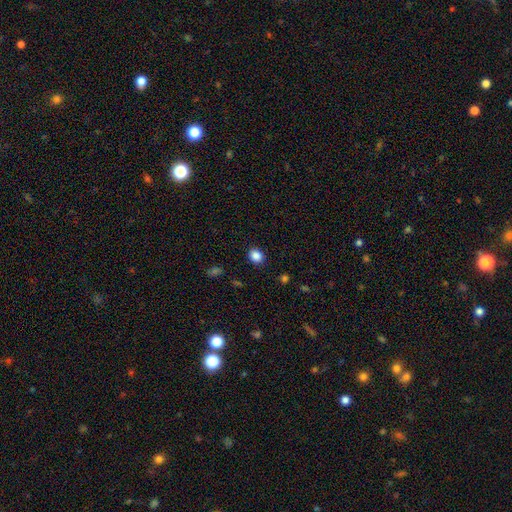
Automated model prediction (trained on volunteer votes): Q: Smooth or featured?
A: smooth (86%); runner-up: star or artifact (10%)
Q: How rounded?
A: round (67%); runner-up: in between (32%)
Q: Merging?
A: none (90%); runner-up: minor disturbance (7%)